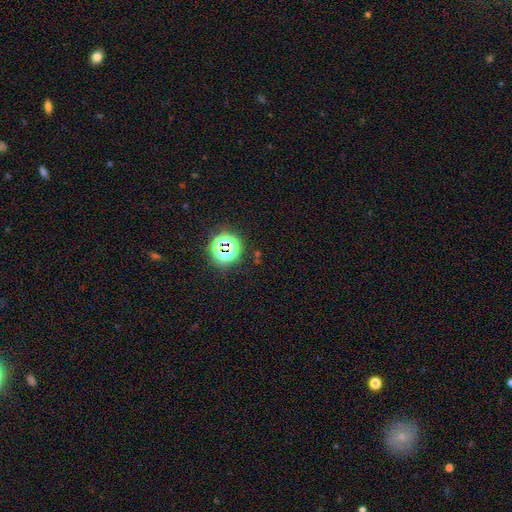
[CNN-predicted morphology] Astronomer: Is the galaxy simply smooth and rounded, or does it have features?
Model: star or artifact — 77%.